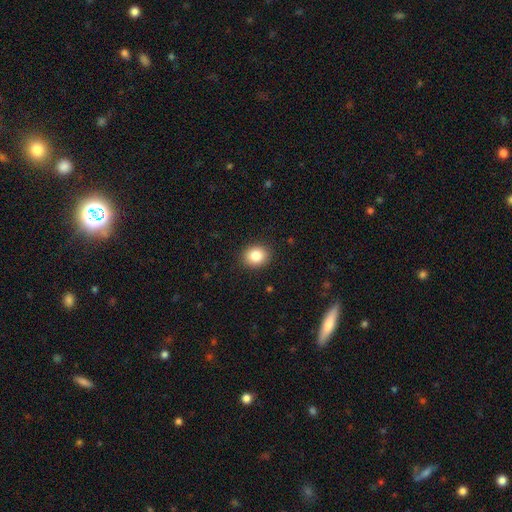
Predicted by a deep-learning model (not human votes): A smooth galaxy with no disk features (85%) that is round (67%).

Vote fractions:
- Smooth or featured? smooth: 85% / star or artifact: 9% / featured or disk: 6%
- How rounded? round: 67% / in between: 32% / cigar-shaped: 1%
- Merging? none: 90% / minor disturbance: 7% / major disturbance: 2% / merger: 1%